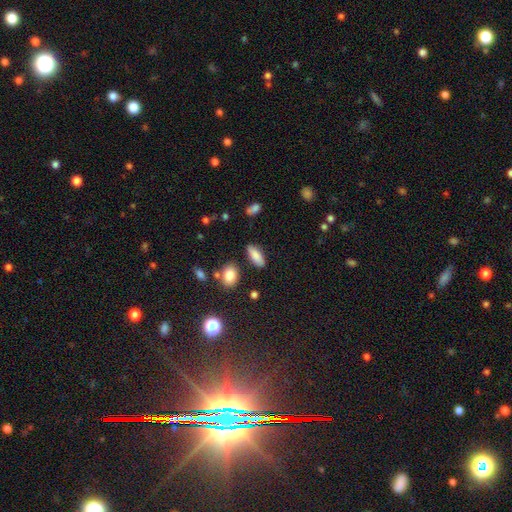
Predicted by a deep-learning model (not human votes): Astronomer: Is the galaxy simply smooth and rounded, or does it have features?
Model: smooth — 84%.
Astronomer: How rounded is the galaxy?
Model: in between — 71%.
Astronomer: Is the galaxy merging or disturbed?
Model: none — 83%.